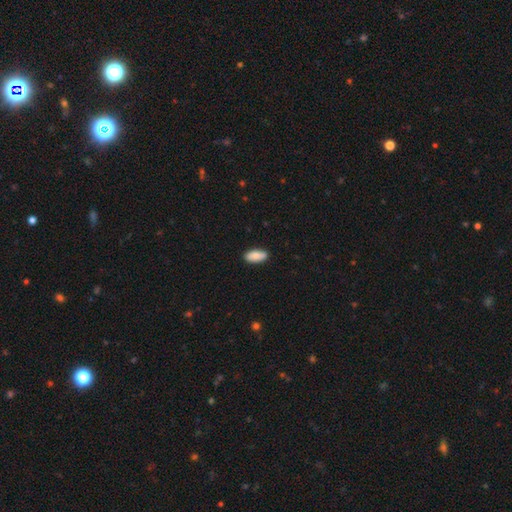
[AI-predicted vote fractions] Smooth or featured? smooth (87%)
How rounded? in between (88%)
Merging? none (87%)